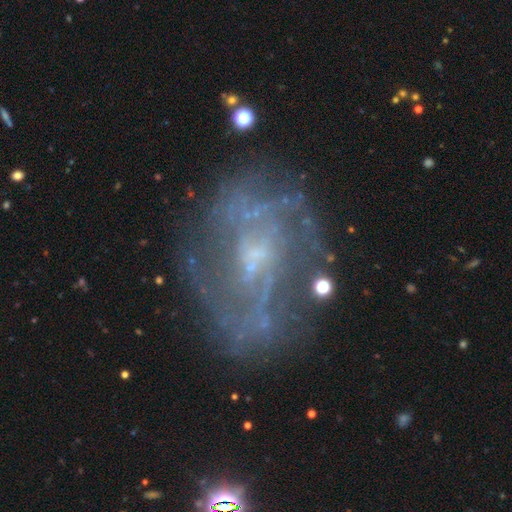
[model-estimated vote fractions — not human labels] smooth-or-featured: featured or disk: 79% | star or artifact: 11% | smooth: 10%
  disk-edge-on: no: 96% | yes: 4%
    bar: weak: 47% | no: 40% | strong: 13%
    has-spiral-arms: yes: 76% | no: 24%
      spiral-winding: medium: 41% | tight: 35% | loose: 24%
      spiral-arm-count: can't tell: 43% | 2: 31% | 3: 10% | 4: 6% | 1: 5% | more than 4: 5%
    bulge-size: small: 54% | moderate: 27% | none: 16% | large: 2% | dominant: 1%
  merging: none: 69% | minor disturbance: 16% | major disturbance: 12% | merger: 3%